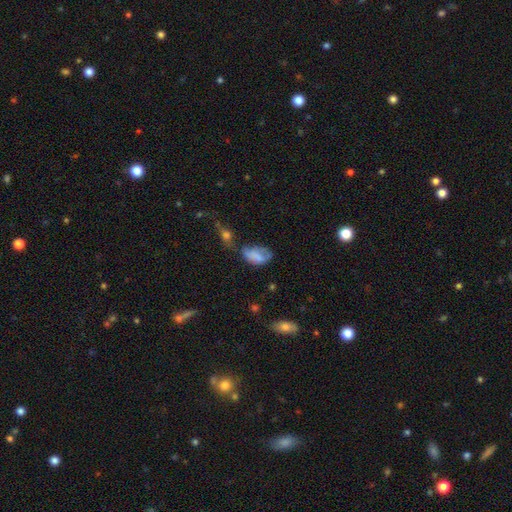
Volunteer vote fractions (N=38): smooth_or_featured: smooth (p=0.68) [alt: featured or disk p=0.29]
how_rounded: in between (p=0.92) [alt: round p=0.08]
merging: none (p=0.43) [alt: minor disturbance p=0.24]